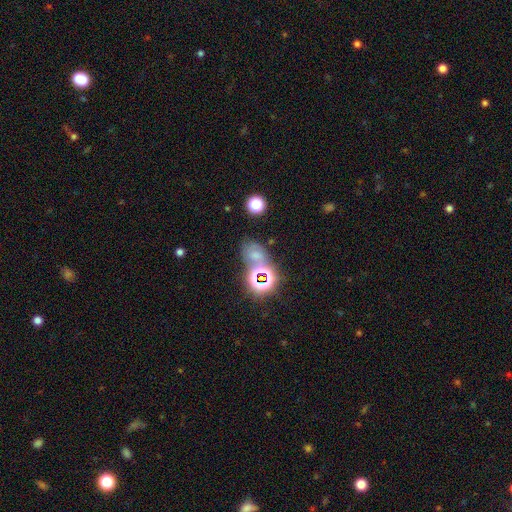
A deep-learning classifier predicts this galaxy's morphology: Overall: smooth (42%; star or artifact 40%). Merging: none (46%; merger 25%).